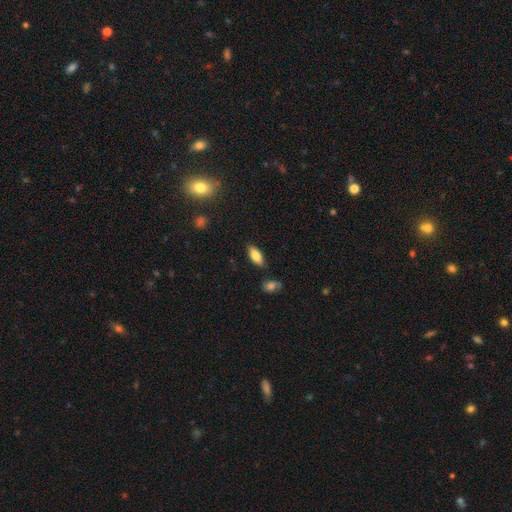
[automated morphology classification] smooth-or-featured: smooth: 79% | featured or disk: 14% | star or artifact: 7%
  how-rounded: in between: 83% | cigar-shaped: 15% | round: 2%
  merging: none: 83% | minor disturbance: 11% | merger: 3% | major disturbance: 3%